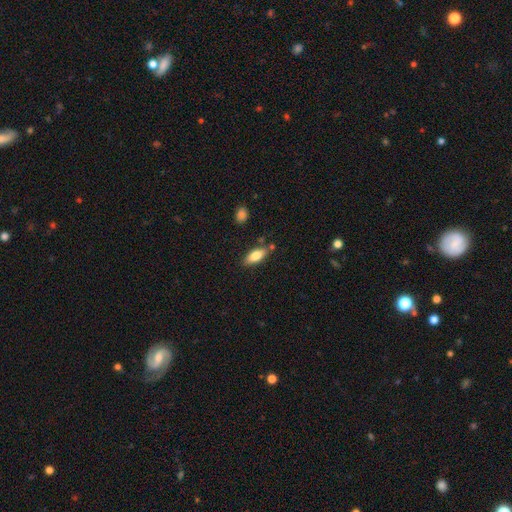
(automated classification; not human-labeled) smooth-or-featured: smooth: 79% | featured or disk: 15% | star or artifact: 7%
  how-rounded: in between: 80% | cigar-shaped: 18% | round: 2%
  merging: none: 78% | minor disturbance: 14% | merger: 6% | major disturbance: 3%